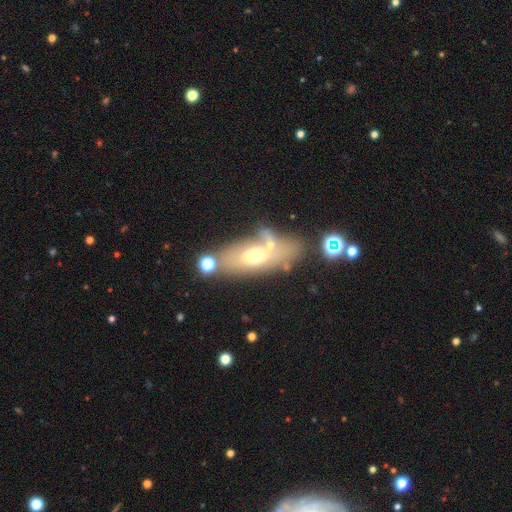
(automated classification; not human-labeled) smooth_or_featured: smooth (p=0.53) [alt: featured or disk p=0.35]
how_rounded: in between (p=0.72) [alt: cigar-shaped p=0.21]
merging: none (p=0.54) [alt: merger p=0.21]